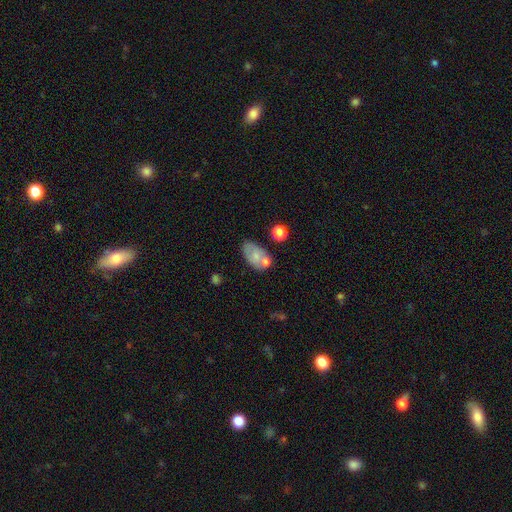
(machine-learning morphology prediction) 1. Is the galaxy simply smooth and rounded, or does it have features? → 64% smooth, 27% featured or disk, 9% star or artifact.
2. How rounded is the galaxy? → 89% in between, 9% round, 2% cigar-shaped.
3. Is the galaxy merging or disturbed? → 51% none, 21% minor disturbance, 20% merger, 8% major disturbance.